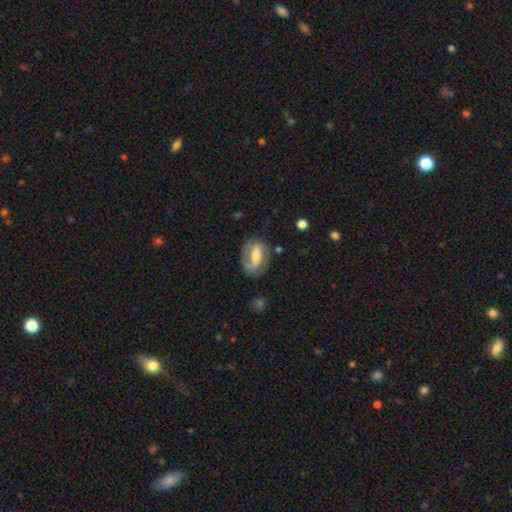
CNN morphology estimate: Smooth or featured? Predicted: featured or disk (p=0.70). Edge-on disk? Predicted: no (p=0.95). Bar? Predicted: weak (p=0.39). Spiral arms? Predicted: yes (p=0.86). Spiral winding? Predicted: medium (p=0.42). Spiral arm count? Predicted: 2 (p=0.70). Bulge size? Predicted: moderate (p=0.60). Merging? Predicted: none (p=0.70).